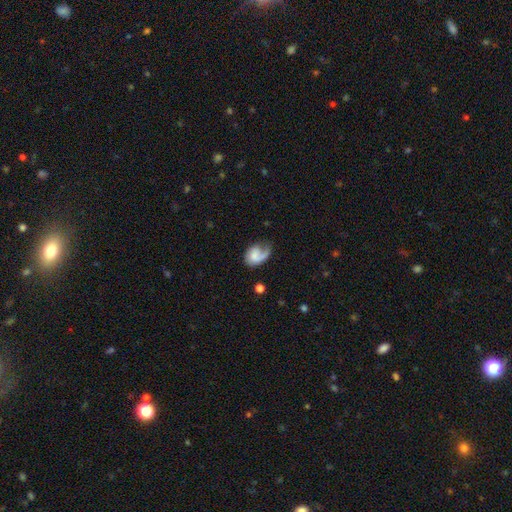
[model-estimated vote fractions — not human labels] Morphology: type=featured or disk (53%); edge-on=no (97%); bar=no (70%); spiral arms=yes (85%); bulge=none (39%); merging=none (38%).